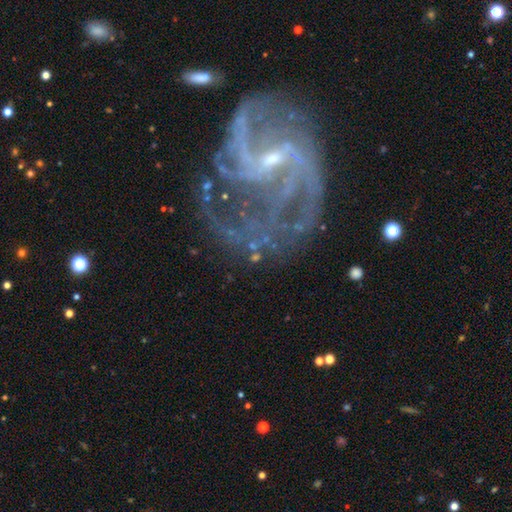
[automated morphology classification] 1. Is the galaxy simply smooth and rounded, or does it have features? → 76% featured or disk, 14% star or artifact, 10% smooth.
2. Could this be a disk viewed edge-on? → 96% no, 4% yes.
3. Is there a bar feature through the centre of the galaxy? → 38% weak (tied), 38% no (tied), 24% strong.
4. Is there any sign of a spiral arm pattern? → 82% yes, 18% no.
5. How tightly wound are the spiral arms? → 39% medium, 38% tight, 22% loose.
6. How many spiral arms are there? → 28% can't tell, 27% 2, 18% 3, 10% 4, 10% 1, 8% more than 4.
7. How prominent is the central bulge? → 60% small, 21% moderate, 14% none, 3% large, 2% dominant.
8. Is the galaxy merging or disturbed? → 57% none, 22% major disturbance, 17% minor disturbance, 5% merger.